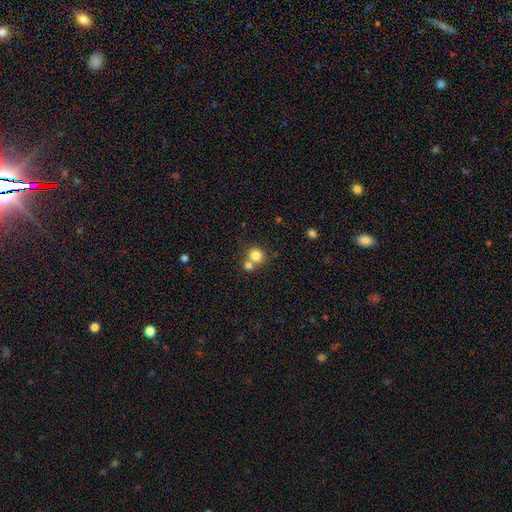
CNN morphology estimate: The model was most divided on "merging": none: 53%, merger: 37%, minor disturbance: 7%, major disturbance: 3%. More confident: how rounded — round (86%); smooth or featured — smooth (80%).